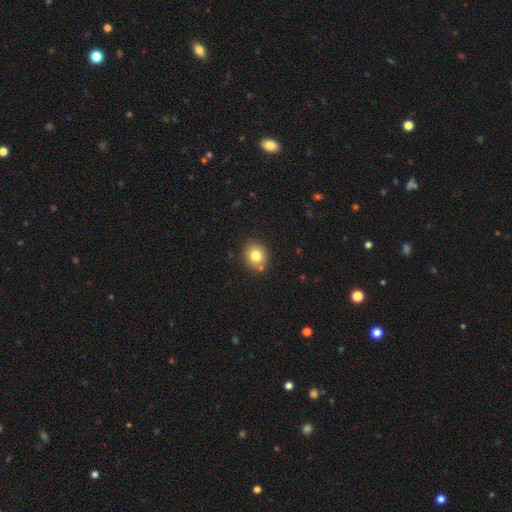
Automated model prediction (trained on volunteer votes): A smooth galaxy with no disk features (80%) that is round (76%).

Vote fractions:
- Smooth or featured? smooth: 80% / star or artifact: 11% / featured or disk: 9%
- How rounded? round: 76% / in between: 24% / cigar-shaped: 1%
- Merging? none: 82% / minor disturbance: 10% / merger: 6% / major disturbance: 2%